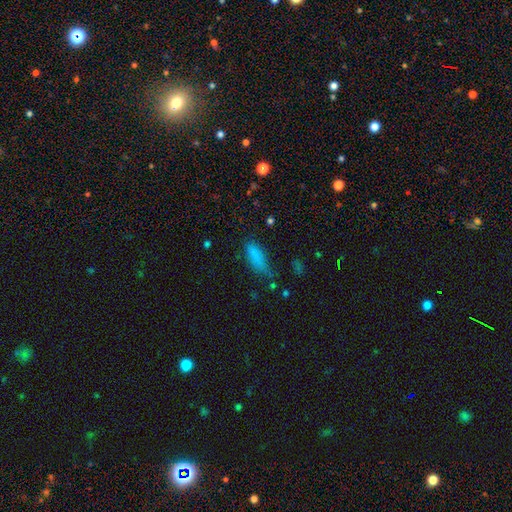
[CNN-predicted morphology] Q: Smooth or featured?
A: smooth (81%); runner-up: star or artifact (12%)
Q: How rounded?
A: in between (68%); runner-up: cigar-shaped (29%)
Q: Merging?
A: none (46%); runner-up: minor disturbance (32%)